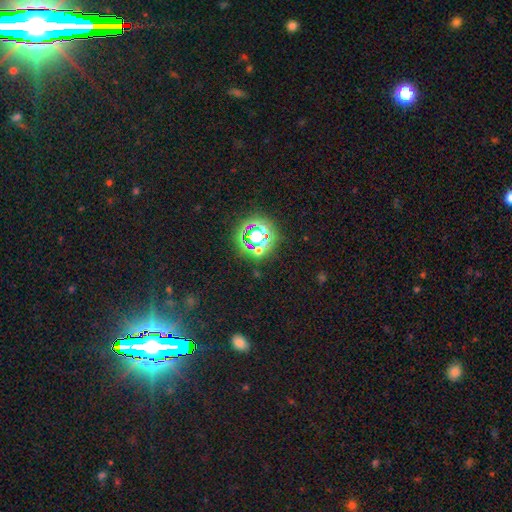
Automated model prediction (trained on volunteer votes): A star or artifact, not a galaxy (79%).